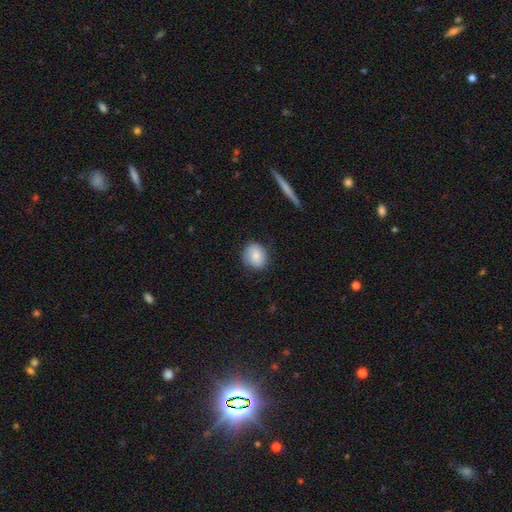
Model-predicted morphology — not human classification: This appears to be a smooth galaxy with no disk features (82%) that is round (78%). Merging: none (84%).